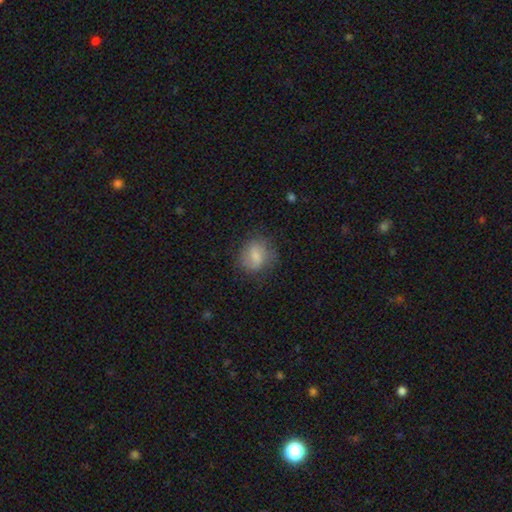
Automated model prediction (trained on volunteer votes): smooth 67%, featured or disk 25%, star or artifact 8%. Down the decision tree: how rounded — round (73%); merging — none (69%).